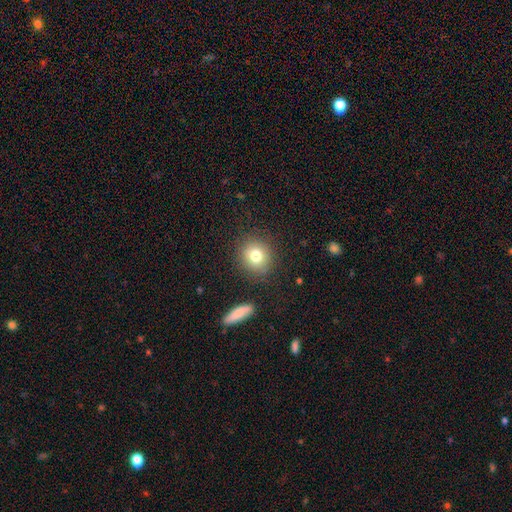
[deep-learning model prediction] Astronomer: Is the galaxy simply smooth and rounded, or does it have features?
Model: smooth — 78%.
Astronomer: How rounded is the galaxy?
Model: round — 87%.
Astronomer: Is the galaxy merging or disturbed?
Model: none — 86%.